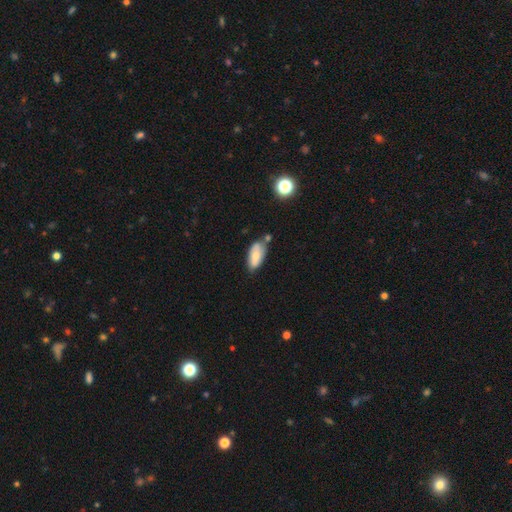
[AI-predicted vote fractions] This is likely a smooth galaxy (70%). How rounded: clearly in between (90%). Merging: possibly none (54%).